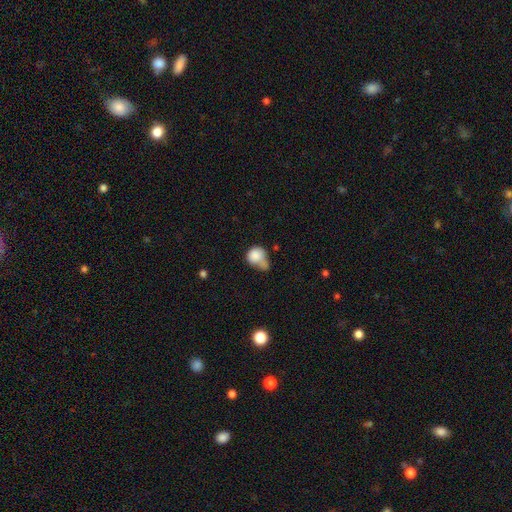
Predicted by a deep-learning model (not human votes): smooth-or-featured: smooth: 81% | featured or disk: 10% | star or artifact: 9%
  how-rounded: round: 71% | in between: 28% | cigar-shaped: 1%
  merging: merger: 30% | none: 27% | minor disturbance: 26% | major disturbance: 18%